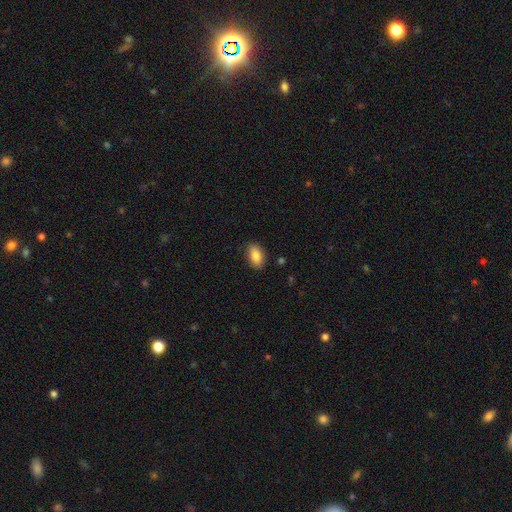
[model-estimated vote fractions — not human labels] smooth-or-featured: smooth: 85% | featured or disk: 8% | star or artifact: 7%
  how-rounded: in between: 91% | round: 7% | cigar-shaped: 3%
  merging: none: 86% | minor disturbance: 10% | major disturbance: 2% | merger: 1%